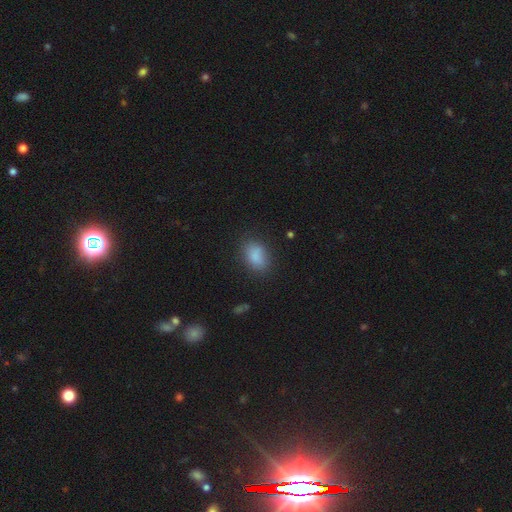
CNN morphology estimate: Q: Smooth or featured?
A: smooth (85%); runner-up: star or artifact (9%)
Q: How rounded?
A: in between (82%); runner-up: round (16%)
Q: Merging?
A: none (75%); runner-up: minor disturbance (17%)